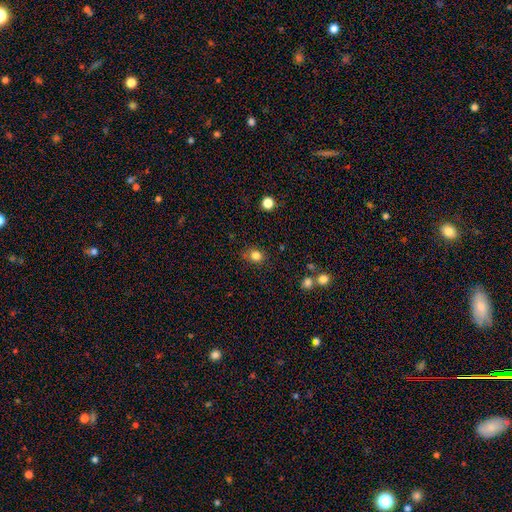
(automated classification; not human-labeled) Smooth or featured?
  - smooth: 83% *
  - star or artifact: 12%
  - featured or disk: 5%
How rounded?
  - round: 71% *
  - in between: 28%
  - cigar-shaped: 1%
Merging?
  - none: 76% *
  - minor disturbance: 17%
  - major disturbance: 4%
  - merger: 2%